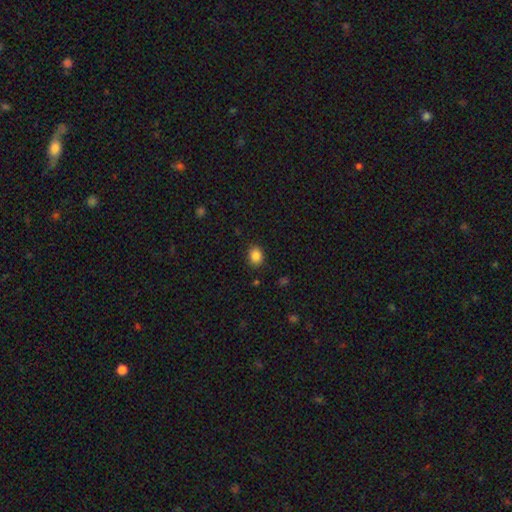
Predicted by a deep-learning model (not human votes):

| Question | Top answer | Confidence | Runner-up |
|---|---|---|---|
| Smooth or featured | smooth | 86% | star or artifact (10%) |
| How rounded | in between | 53% | round (46%) |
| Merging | none | 86% | minor disturbance (10%) |